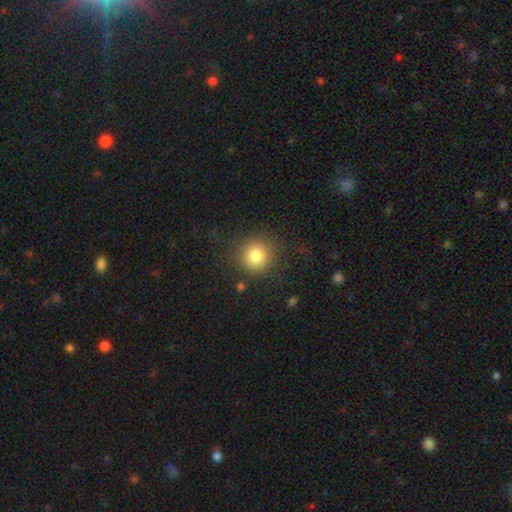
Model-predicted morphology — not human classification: Smooth or featured? Predicted: smooth (p=0.83). How rounded? Predicted: round (p=0.91). Merging? Predicted: none (p=0.85).